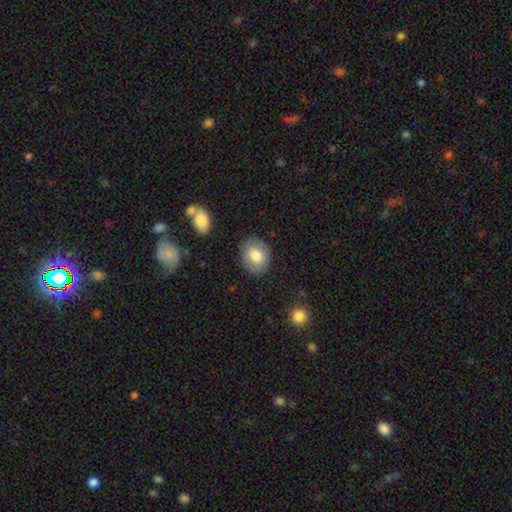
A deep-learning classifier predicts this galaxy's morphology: The model was most divided on "how rounded": in between: 59%, round: 40%, cigar-shaped: 1%. More confident: merging — none (84%); smooth or featured — smooth (74%).